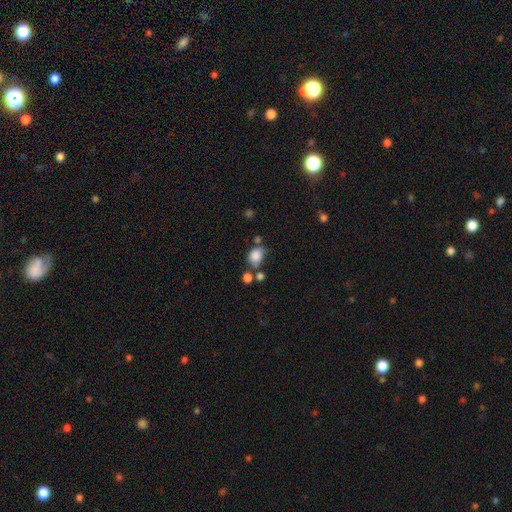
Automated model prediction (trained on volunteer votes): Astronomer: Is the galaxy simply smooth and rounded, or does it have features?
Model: smooth — 83%.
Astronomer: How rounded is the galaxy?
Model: in between — 56% (runner-up: round, 43%).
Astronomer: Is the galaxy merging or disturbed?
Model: none — 51%.